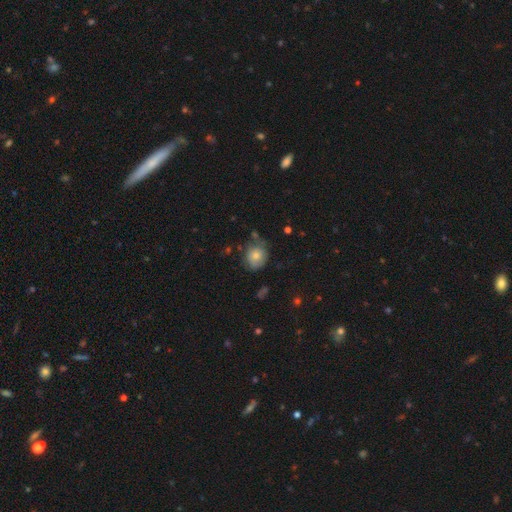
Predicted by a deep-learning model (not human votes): smooth-or-featured: smooth: 75% | featured or disk: 16% | star or artifact: 9%
  how-rounded: round: 73% | in between: 26% | cigar-shaped: 1%
  merging: none: 64% | minor disturbance: 24% | major disturbance: 7% | merger: 4%